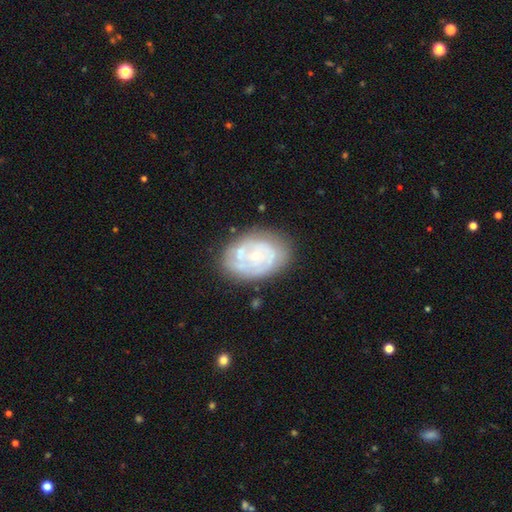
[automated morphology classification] Q: Smooth or featured?
A: featured or disk (76%); runner-up: smooth (18%)
Q: Edge-on disk?
A: no (97%); runner-up: yes (3%)
Q: Bar?
A: no (80%); runner-up: weak (17%)
Q: Spiral arms?
A: yes (77%); runner-up: no (23%)
Q: Spiral winding?
A: tight (66%); runner-up: medium (26%)
Q: Spiral arm count?
A: can't tell (43%); runner-up: 2 (28%)
Q: Bulge size?
A: small (68%); runner-up: moderate (28%)
Q: Merging?
A: none (70%); runner-up: minor disturbance (20%)